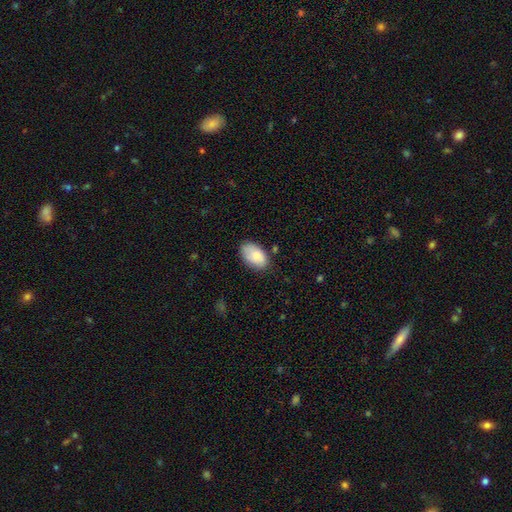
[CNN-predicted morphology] A smooth galaxy with no disk features (83%) that is in between round and cigar-shaped (93%).

Vote fractions:
- Smooth or featured? smooth: 83% / featured or disk: 10% / star or artifact: 6%
- How rounded? in between: 93% / round: 6% / cigar-shaped: 1%
- Merging? none: 74% / minor disturbance: 20% / major disturbance: 4% / merger: 2%